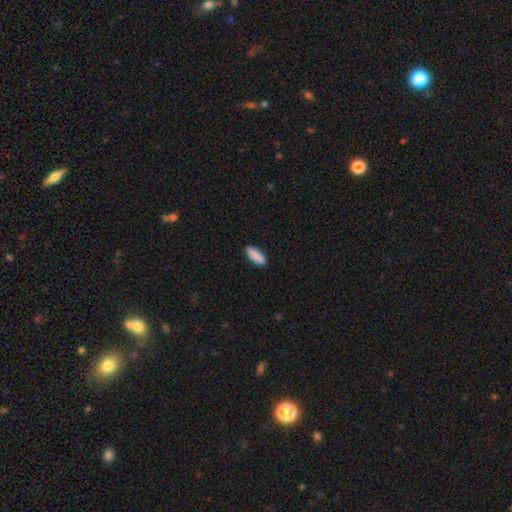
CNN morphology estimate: type=smooth (91%); roundness=in between (75%); merging=none (90%).